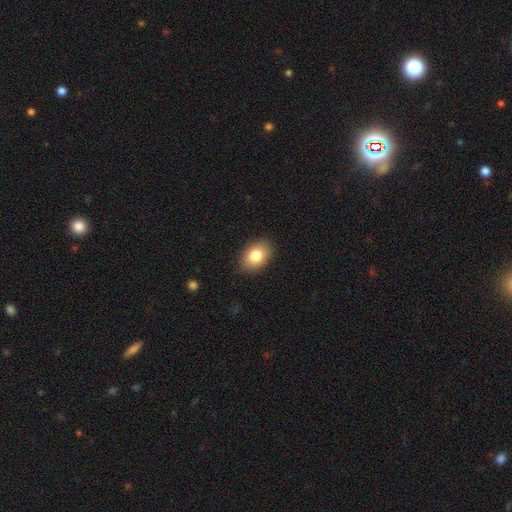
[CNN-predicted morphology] Overall: smooth (82%). How rounded: in between (82%). Merging: none (89%).